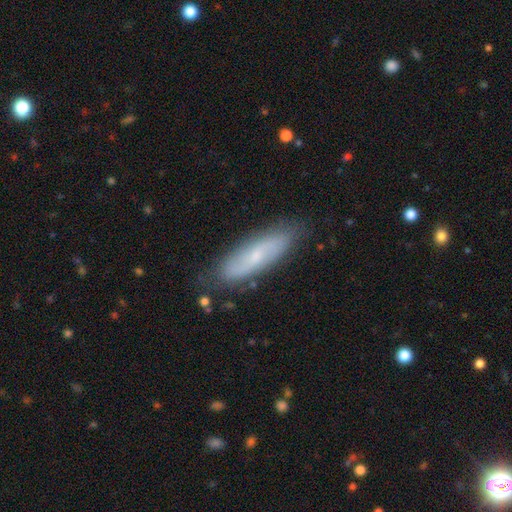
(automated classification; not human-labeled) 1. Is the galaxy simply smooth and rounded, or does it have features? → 49% featured or disk, 44% smooth, 7% star or artifact.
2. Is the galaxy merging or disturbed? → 81% none, 14% minor disturbance, 3% major disturbance, 2% merger.